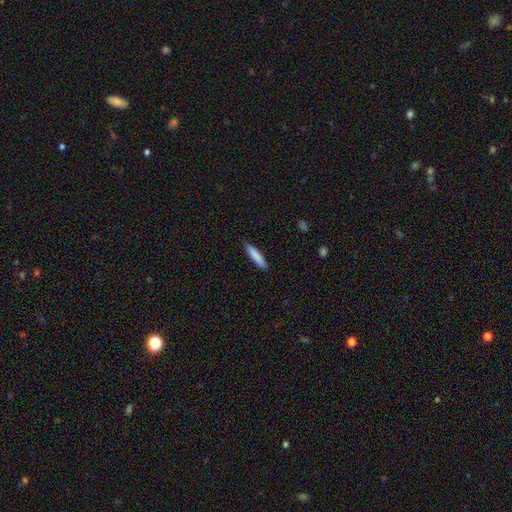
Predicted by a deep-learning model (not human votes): A smooth galaxy with no disk features (86%) that is cigar-shaped (84%). Merging: none (89%).